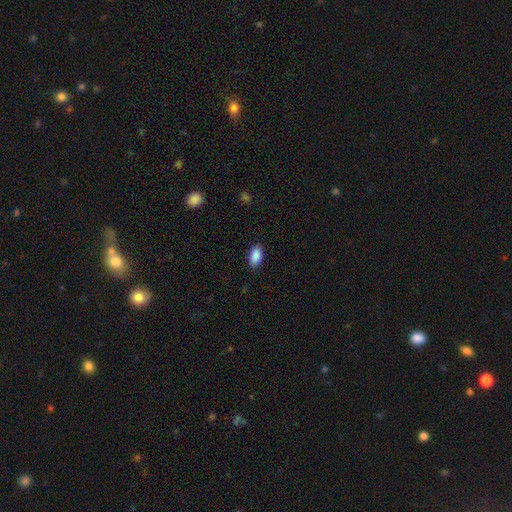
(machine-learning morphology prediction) smooth 90%, star or artifact 7%, featured or disk 3%. Down the decision tree: how rounded — in between (93%); merging — none (85%).